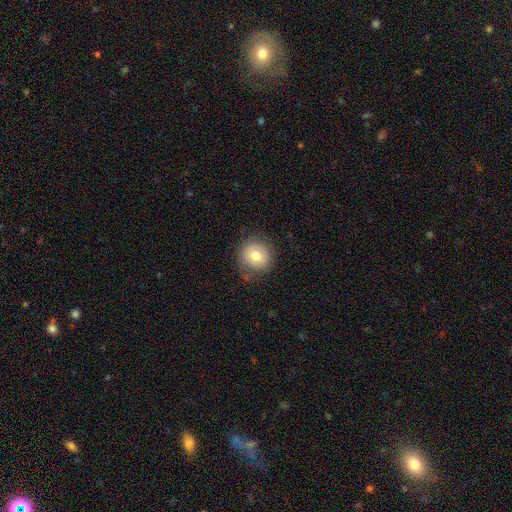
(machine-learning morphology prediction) Smooth or featured?
  - smooth: 73% *
  - featured or disk: 18%
  - star or artifact: 9%
How rounded?
  - round: 88% *
  - in between: 11%
  - cigar-shaped: 1%
Merging?
  - none: 72% *
  - minor disturbance: 20%
  - major disturbance: 7%
  - merger: 1%